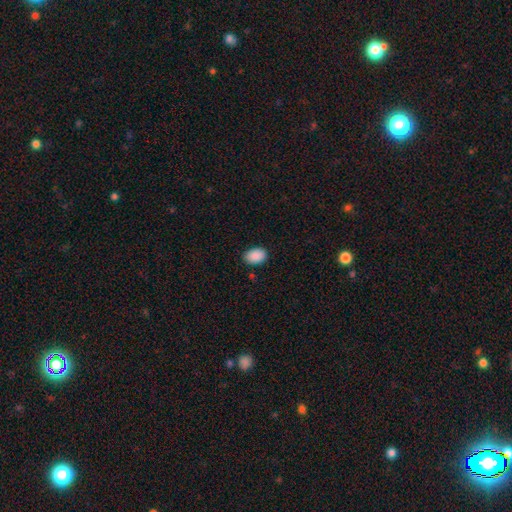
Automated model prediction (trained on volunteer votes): The model was most divided on "how rounded": in between: 85%, round: 14%, cigar-shaped: 1%. More confident: smooth or featured — smooth (90%); merging — none (87%).